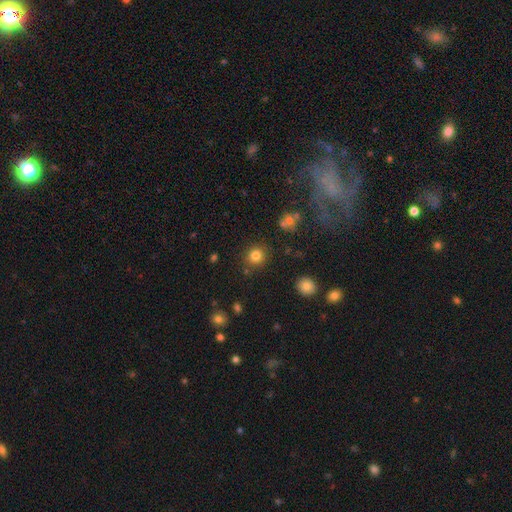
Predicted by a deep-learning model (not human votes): smooth 81%, star or artifact 13%, featured or disk 6%. Down the decision tree: how rounded — round (90%); merging — none (87%).